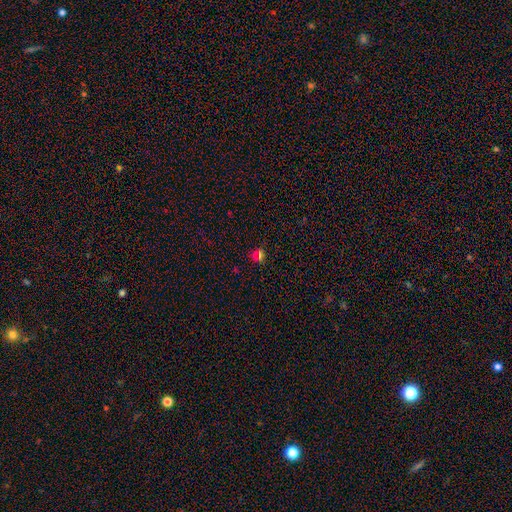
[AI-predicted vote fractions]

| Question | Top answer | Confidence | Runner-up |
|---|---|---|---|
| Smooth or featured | smooth | 60% | star or artifact (32%) |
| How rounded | round | 78% | in between (21%) |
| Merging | none | 74% | minor disturbance (13%) |